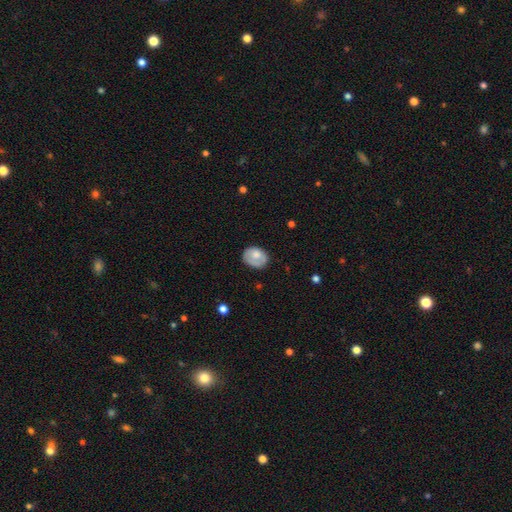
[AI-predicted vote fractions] This is likely a smooth galaxy (69%). How rounded: likely in between (62%). Merging: possibly none (58%).